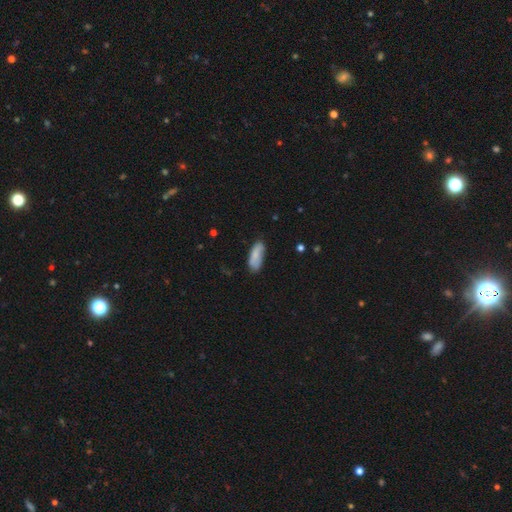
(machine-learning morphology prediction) smooth 82%, featured or disk 12%, star or artifact 6%. Down the decision tree: how rounded — in between (74%); merging — none (69%).